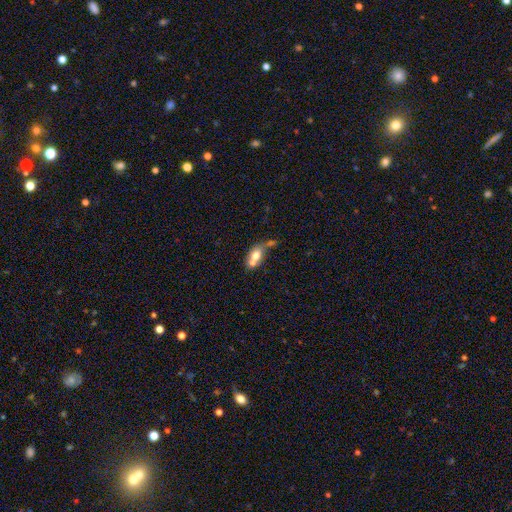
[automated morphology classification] Overall: smooth (66%). How rounded: in between (66%; round 30%). Merging: merger (60%; none 24%).